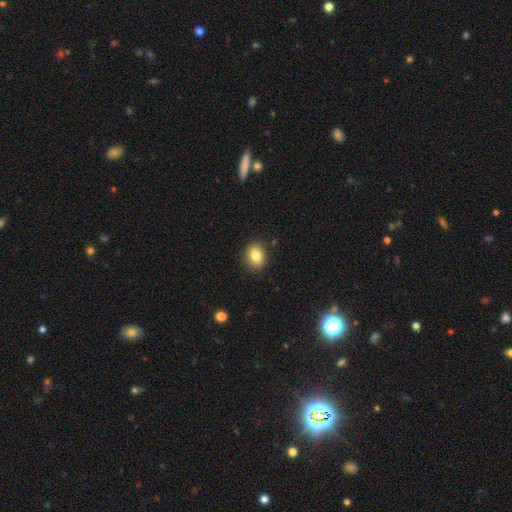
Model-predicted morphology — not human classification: Smooth or featured: smooth — 82% (star or artifact — 9%)
How rounded: in between — 57% (round — 41%)
Merging: none — 87% (minor disturbance — 9%)